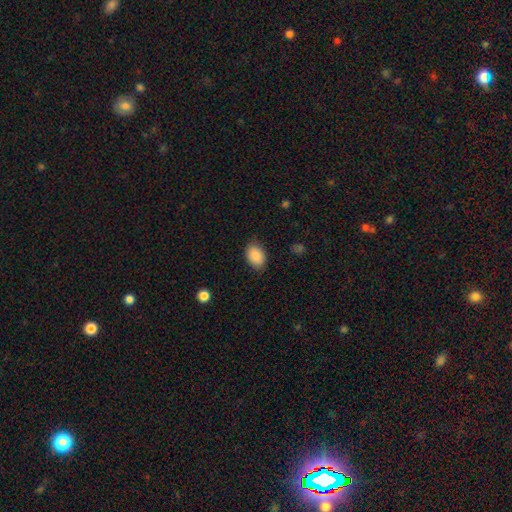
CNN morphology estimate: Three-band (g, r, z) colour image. It shows a smooth galaxy with no disk features (89%) that is in between round and cigar-shaped (85%). Merging: none (82%).